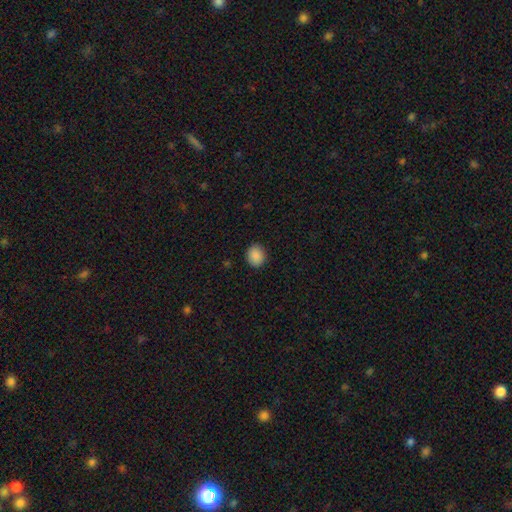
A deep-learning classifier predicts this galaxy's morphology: Smooth or featured: smooth — 89% (star or artifact — 8%)
How rounded: round — 72% (in between — 27%)
Merging: none — 90% (minor disturbance — 7%)